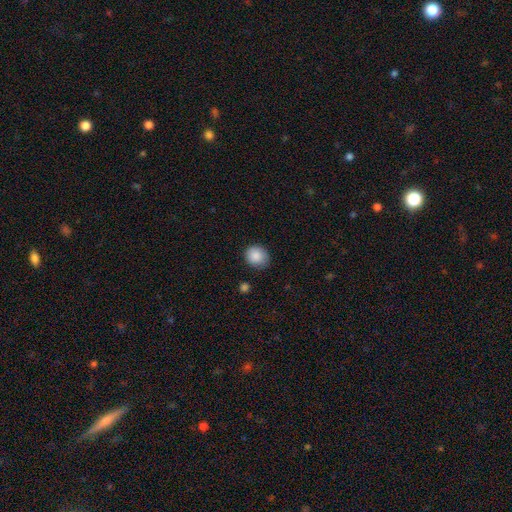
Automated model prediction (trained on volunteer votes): smooth-or-featured: smooth: 87% | star or artifact: 8% | featured or disk: 5%
  how-rounded: round: 75% | in between: 24% | cigar-shaped: 1%
  merging: none: 78% | minor disturbance: 17% | major disturbance: 3% | merger: 2%